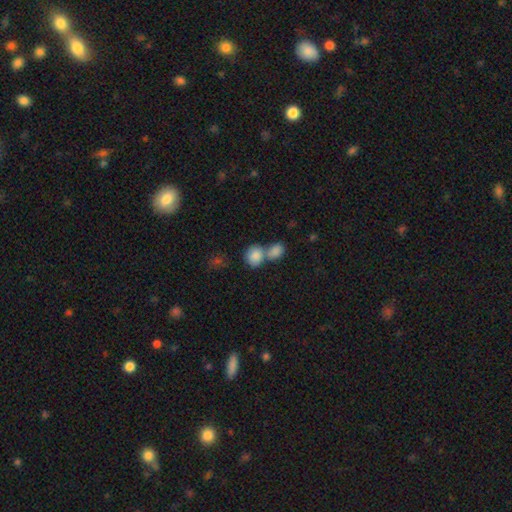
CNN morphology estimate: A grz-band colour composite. It shows a smooth galaxy with no disk features (85%) that is round (60%). Merging: merger (60%).